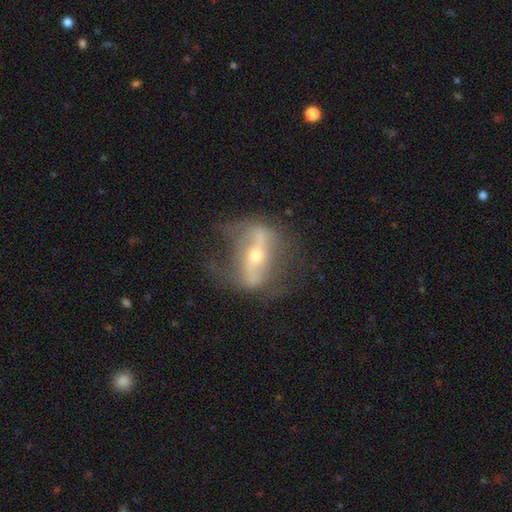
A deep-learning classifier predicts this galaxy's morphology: type=featured or disk (81%); edge-on=no (76%); bar=strong (72%); spiral arms=yes (63%); bulge=small (49%); merging=none (59%).